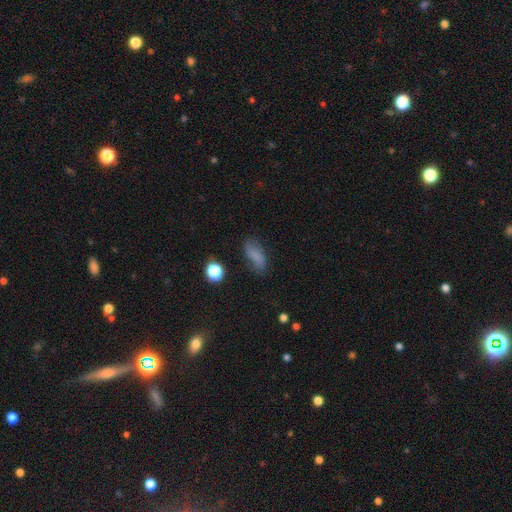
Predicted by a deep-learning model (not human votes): smooth-or-featured: smooth: 71% | featured or disk: 17% | star or artifact: 12%
  how-rounded: in between: 81% | cigar-shaped: 13% | round: 6%
  merging: none: 67% | minor disturbance: 22% | major disturbance: 8% | merger: 3%